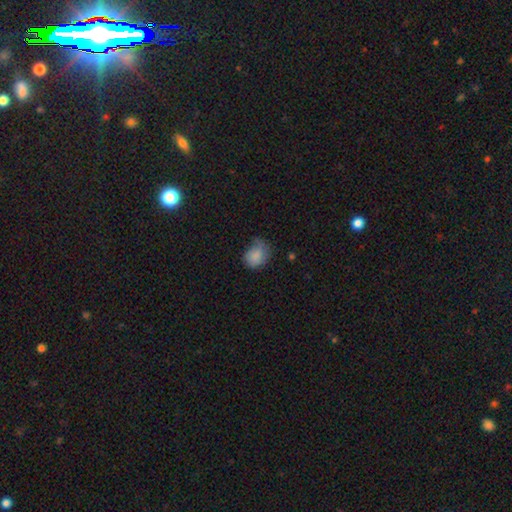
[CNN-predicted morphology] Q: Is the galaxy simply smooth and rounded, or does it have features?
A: smooth — 82%.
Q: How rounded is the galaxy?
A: in between — 54%.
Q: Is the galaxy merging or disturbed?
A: none — 43%.